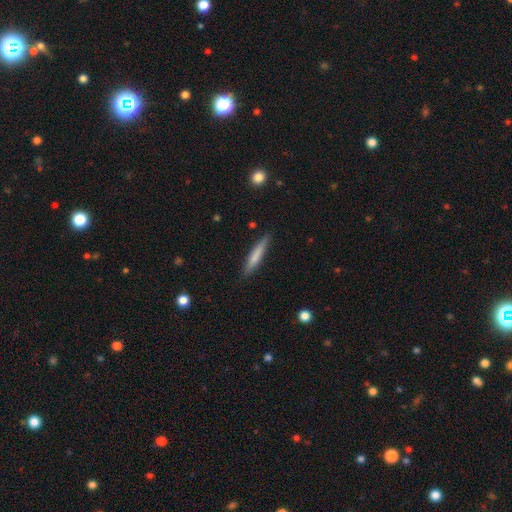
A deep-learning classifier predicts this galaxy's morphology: smooth-or-featured: smooth: 69% | featured or disk: 25% | star or artifact: 6%
  how-rounded: cigar-shaped: 92% | in between: 7% | round: 1%
  merging: none: 86% | minor disturbance: 11% | major disturbance: 2% | merger: 1%